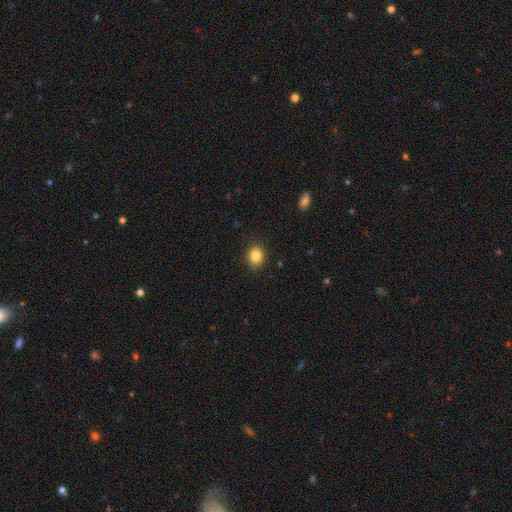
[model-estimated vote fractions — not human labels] smooth-or-featured: smooth: 85% | star or artifact: 10% | featured or disk: 5%
  how-rounded: round: 54% | in between: 45% | cigar-shaped: 1%
  merging: none: 88% | minor disturbance: 8% | major disturbance: 2% | merger: 1%